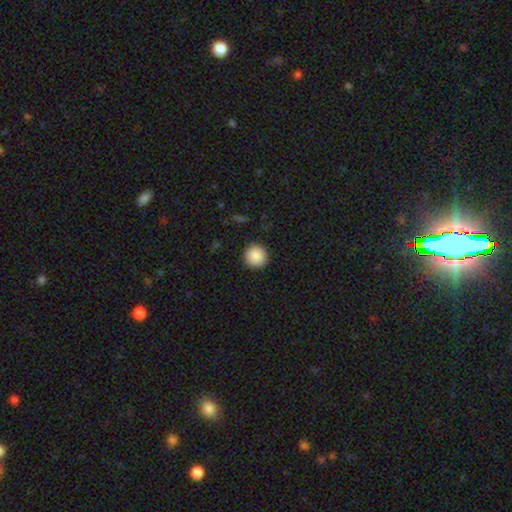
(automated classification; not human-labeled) Smooth or featured?
  - smooth: 88% *
  - star or artifact: 8%
  - featured or disk: 4%
How rounded?
  - round: 95% *
  - in between: 4%
  - cigar-shaped: 1%
Merging?
  - none: 92% *
  - minor disturbance: 5%
  - major disturbance: 2%
  - merger: 1%